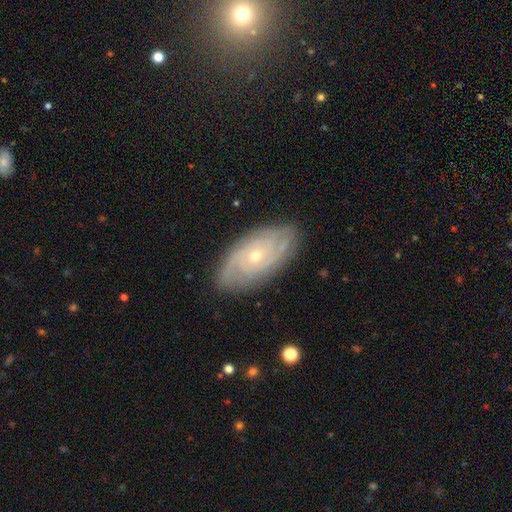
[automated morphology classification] This appears to be a featured or disk galaxy (83%) with no bar (76%), tight (73%) spiral arms (95%) and a small central bulge (60%). Merging: none (83%).